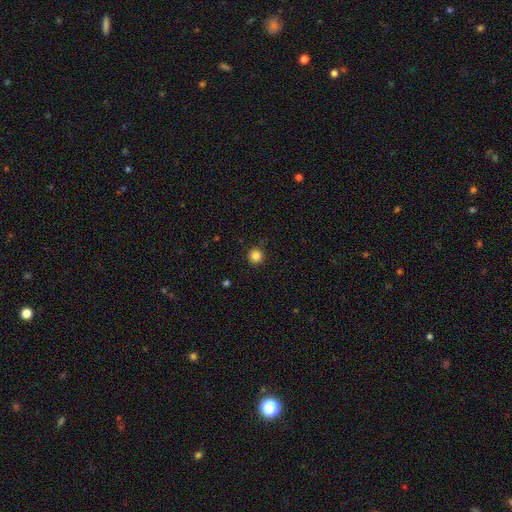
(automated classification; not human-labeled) Morphology: type=smooth (84%); roundness=round (96%); merging=none (92%).